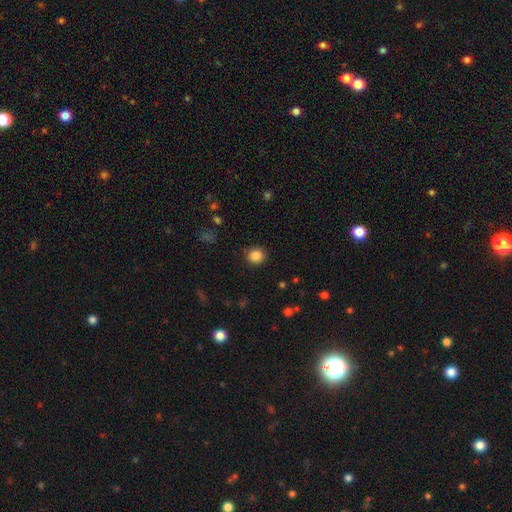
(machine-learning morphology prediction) Q: Smooth or featured?
A: smooth (85%); runner-up: star or artifact (10%)
Q: How rounded?
A: round (90%); runner-up: in between (9%)
Q: Merging?
A: none (89%); runner-up: minor disturbance (7%)